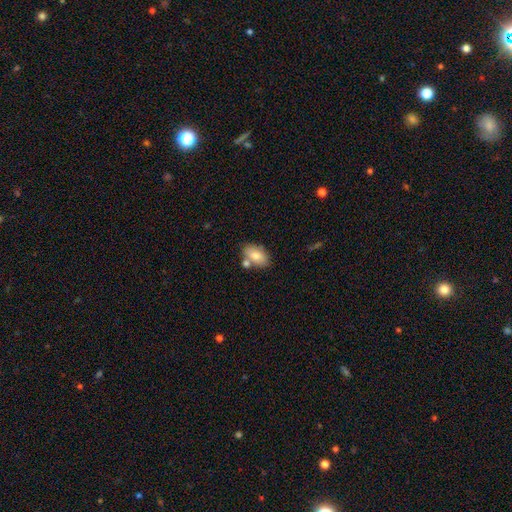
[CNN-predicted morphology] type=smooth (79%); roundness=in between (90%); merging=none (65%).